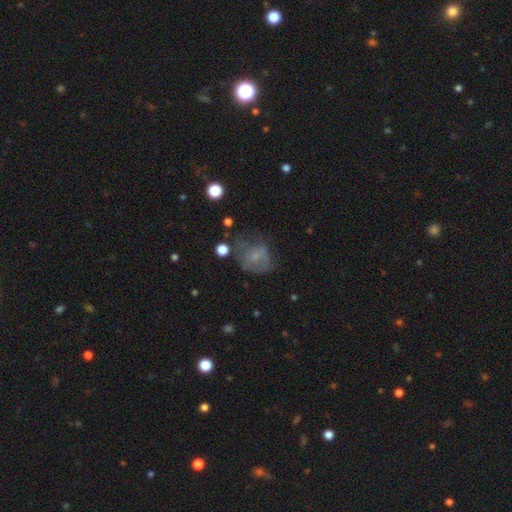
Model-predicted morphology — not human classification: Smooth or featured: smooth — 52% (featured or disk — 32%)
How rounded: round — 58% (in between — 41%)
Merging: none — 42% (major disturbance — 28%)